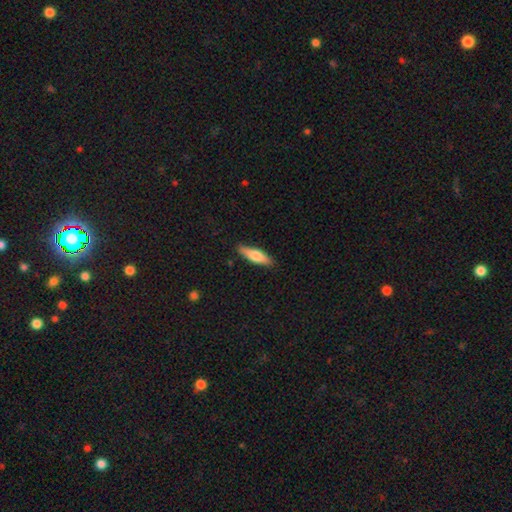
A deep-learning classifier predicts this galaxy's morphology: This is likely a smooth galaxy (63%). How rounded: likely cigar-shaped (63%). Merging: clearly none (88%).